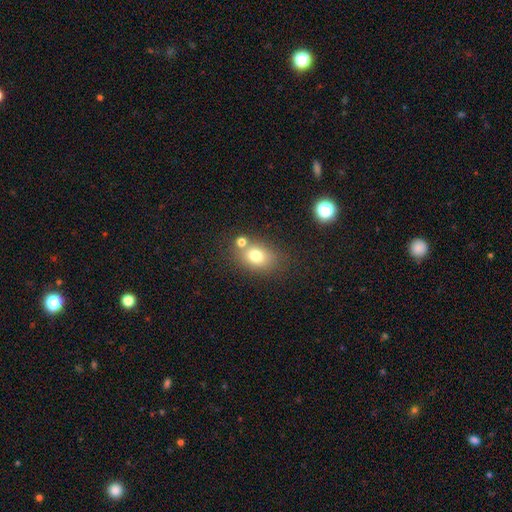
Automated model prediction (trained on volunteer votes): Overall: smooth (75%). How rounded: in between (63%; round 36%). Merging: none (63%).